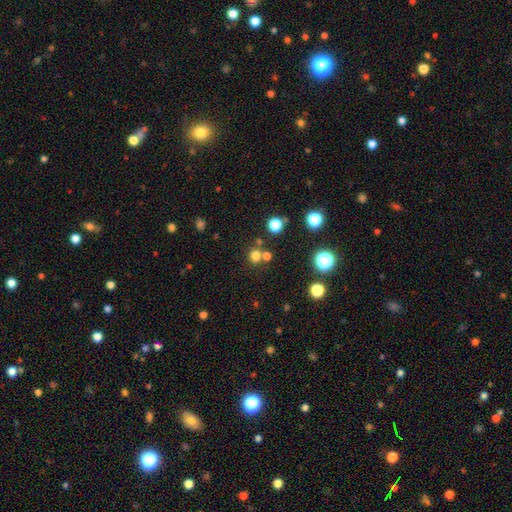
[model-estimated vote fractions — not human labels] Morphology: type=smooth (72%); roundness=round (89%); merging=none (68%).